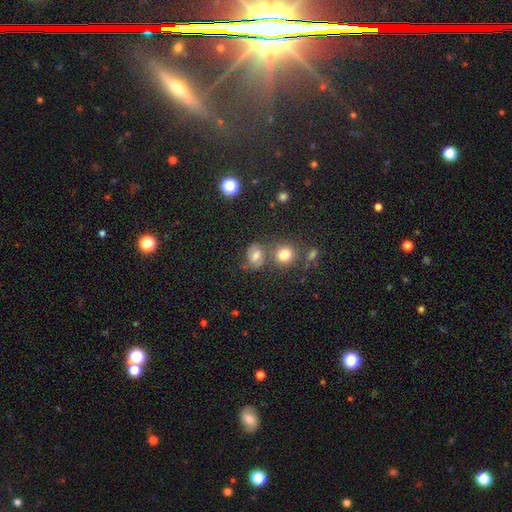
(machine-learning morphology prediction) The model was most divided on "how rounded": round: 57%, in between: 42%, cigar-shaped: 1%. More confident: merging — none (56%); smooth or featured — smooth (55%).